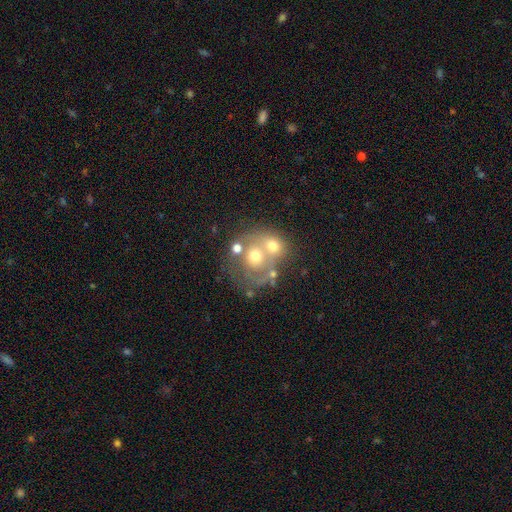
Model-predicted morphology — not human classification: A featured or disk galaxy (46%). Merging: merger (49%).